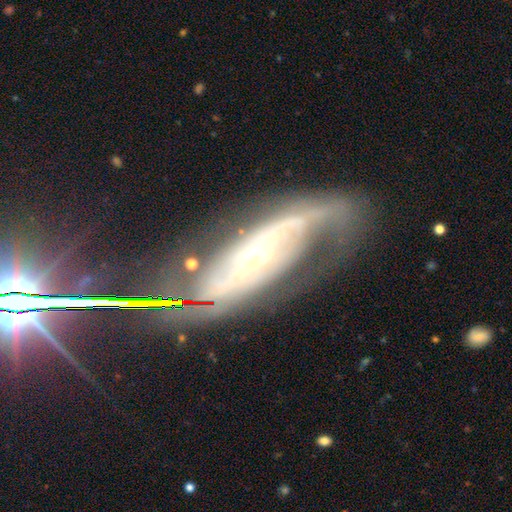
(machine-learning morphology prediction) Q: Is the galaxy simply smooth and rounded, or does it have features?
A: featured or disk — 81%.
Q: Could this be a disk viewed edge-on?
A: no — 85%.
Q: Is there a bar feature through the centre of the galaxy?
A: no — 54%.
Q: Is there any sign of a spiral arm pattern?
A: yes — 84%.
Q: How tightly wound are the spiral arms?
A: medium — 38%.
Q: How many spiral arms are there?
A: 2 — 59%.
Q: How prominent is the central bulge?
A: small — 63%.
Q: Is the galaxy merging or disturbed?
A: none — 55%.